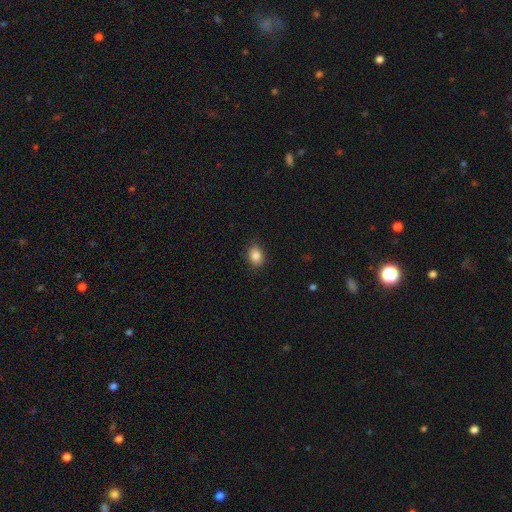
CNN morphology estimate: Smooth or featured: smooth — 86% (star or artifact — 9%)
How rounded: in between — 69% (round — 30%)
Merging: none — 87% (minor disturbance — 10%)